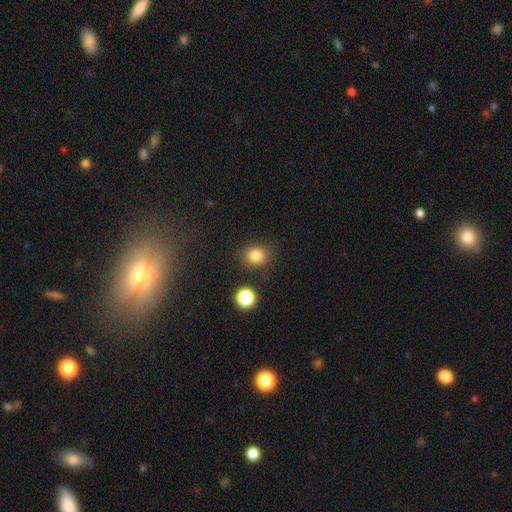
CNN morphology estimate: Smooth or featured: smooth — 82% (star or artifact — 13%)
How rounded: round — 80% (in between — 19%)
Merging: none — 83% (minor disturbance — 10%)